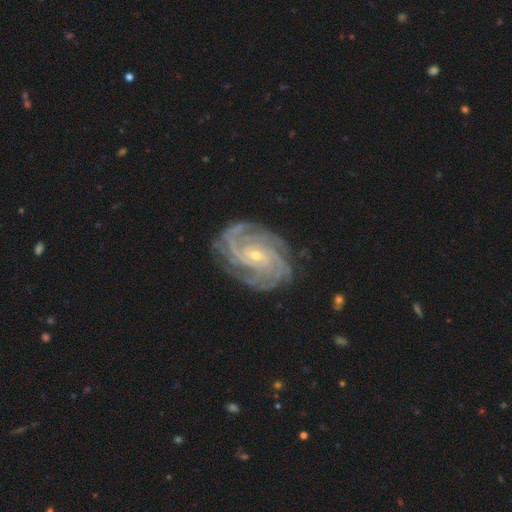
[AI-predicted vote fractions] This appears to be a featured or disk galaxy (93%) with no bar (50%), 4 (28%) tight (77%) spiral arms (99%) and a small central bulge (71%). Merging: none (80%).